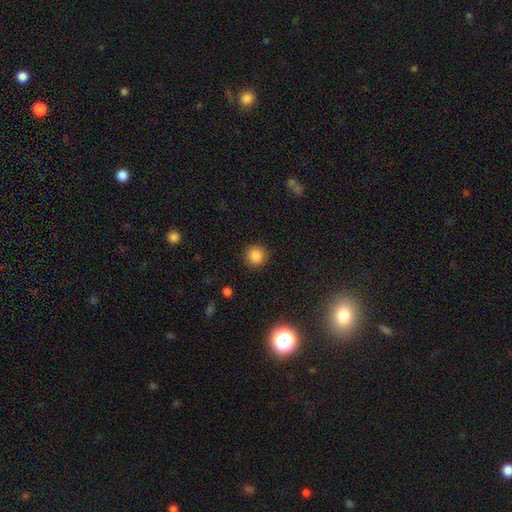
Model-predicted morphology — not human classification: The model was most divided on "smooth or featured": smooth: 86%, star or artifact: 11%, featured or disk: 3%. More confident: how rounded — round (92%); merging — none (90%).